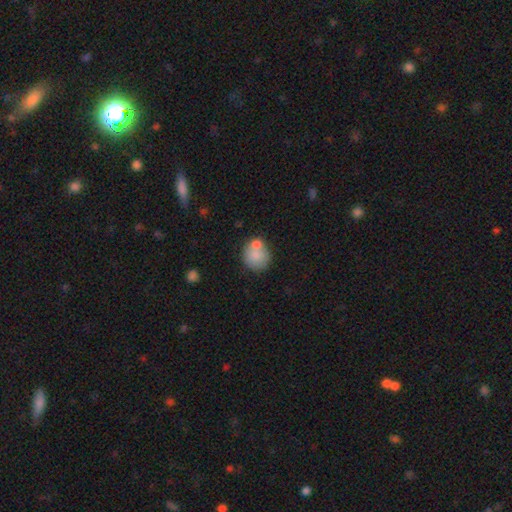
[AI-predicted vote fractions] Smooth or featured: smooth — 79% (featured or disk — 13%)
How rounded: round — 83% (in between — 16%)
Merging: none — 51% (merger — 30%)